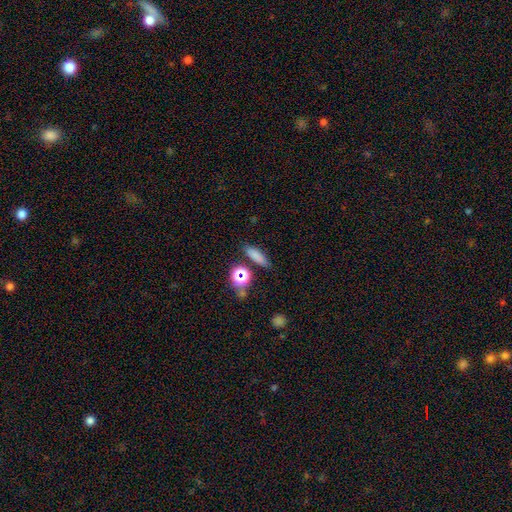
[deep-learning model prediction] Smooth or featured: smooth — 77% (star or artifact — 14%)
How rounded: cigar-shaped — 50% (in between — 41%)
Merging: none — 81% (minor disturbance — 10%)